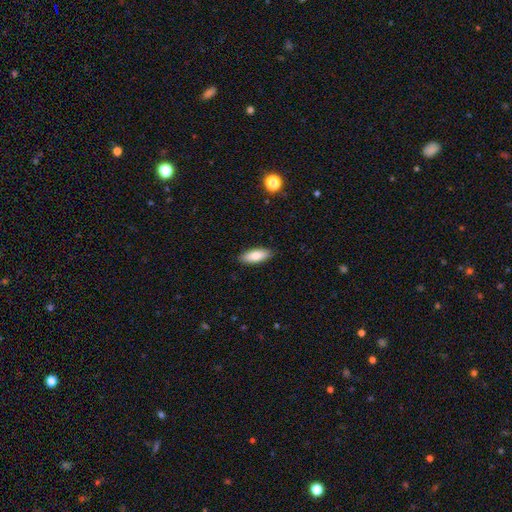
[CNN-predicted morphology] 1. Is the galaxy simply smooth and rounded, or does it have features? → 82% smooth, 12% featured or disk, 6% star or artifact.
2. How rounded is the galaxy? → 73% in between, 25% cigar-shaped, 2% round.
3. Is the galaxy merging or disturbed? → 89% none, 8% minor disturbance, 2% major disturbance, 1% merger.